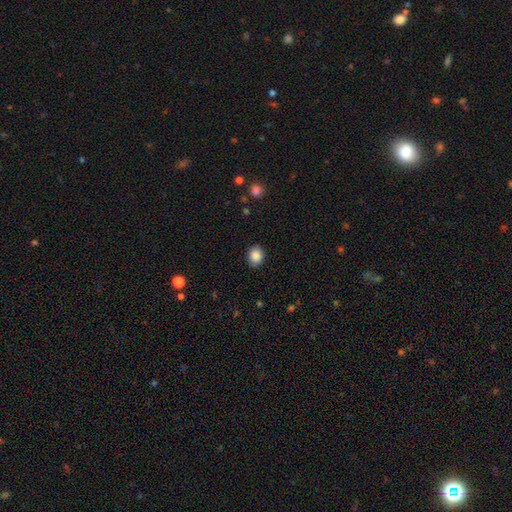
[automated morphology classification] Q: Smooth or featured?
A: smooth (88%); runner-up: star or artifact (9%)
Q: How rounded?
A: round (59%); runner-up: in between (40%)
Q: Merging?
A: none (88%); runner-up: minor disturbance (8%)